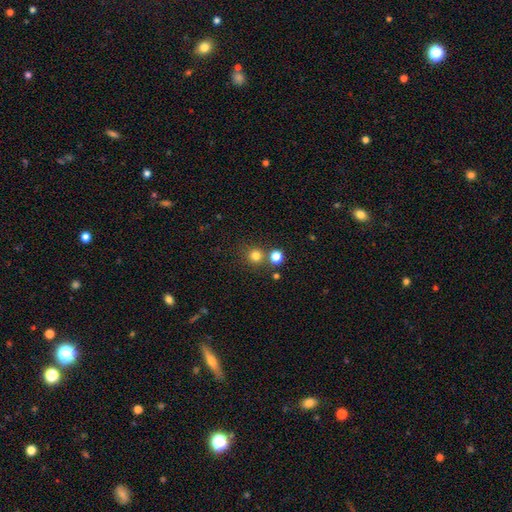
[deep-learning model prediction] Smooth or featured? smooth (77%)
How rounded? round (93%)
Merging? none (75%)